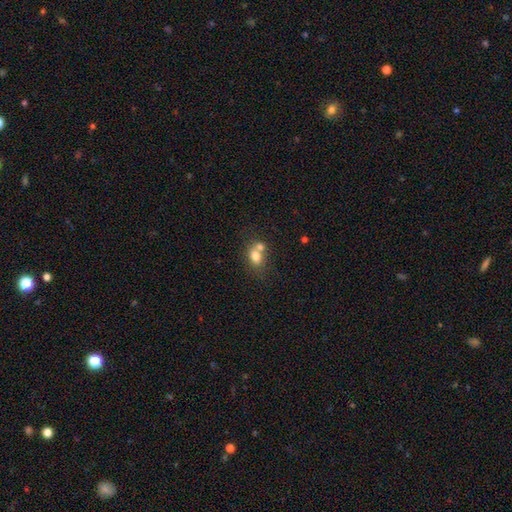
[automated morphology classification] smooth_or_featured: smooth (p=0.74) [alt: featured or disk p=0.16]
how_rounded: in between (p=0.57) [alt: round p=0.42]
merging: merger (p=0.51) [alt: none p=0.36]